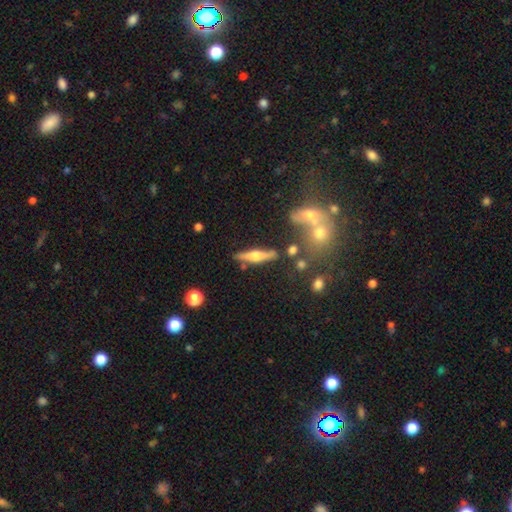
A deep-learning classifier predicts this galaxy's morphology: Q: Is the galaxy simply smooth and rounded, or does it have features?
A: featured or disk — 64%.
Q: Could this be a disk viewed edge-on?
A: yes — 96%.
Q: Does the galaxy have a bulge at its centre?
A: rounded — 90%.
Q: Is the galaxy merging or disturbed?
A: none — 81%.